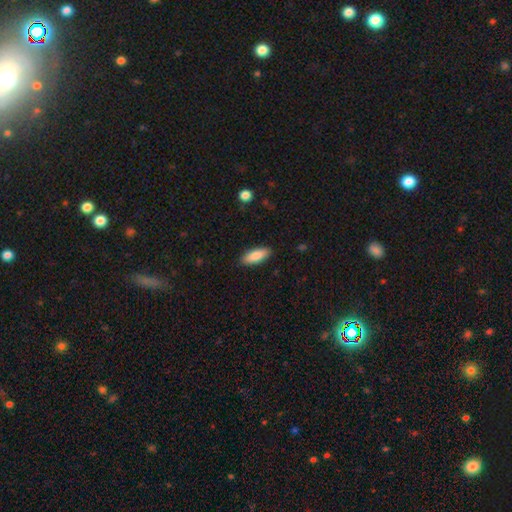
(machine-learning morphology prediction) smooth 87%, featured or disk 7%, star or artifact 6%. Down the decision tree: how rounded — in between (68%); merging — none (88%).